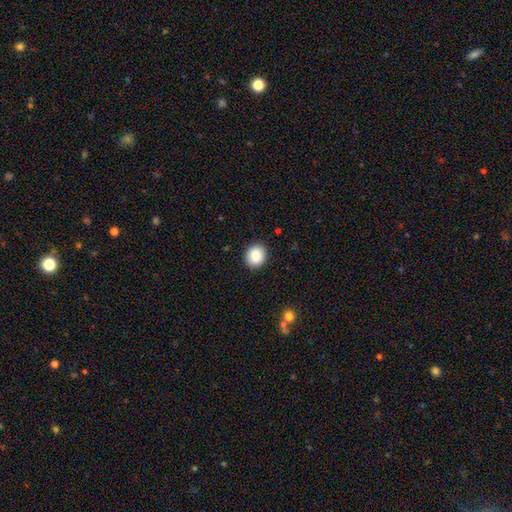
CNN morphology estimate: smooth 87%, star or artifact 8%, featured or disk 5%. Down the decision tree: how rounded — round (72%); merging — none (91%).